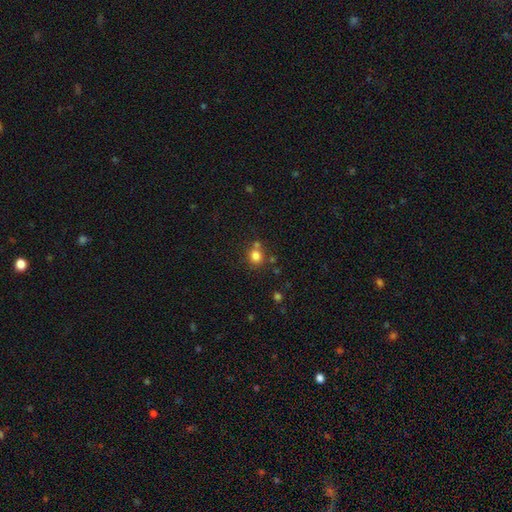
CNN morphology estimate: type=smooth (80%); roundness=round (80%); merging=none (65%).